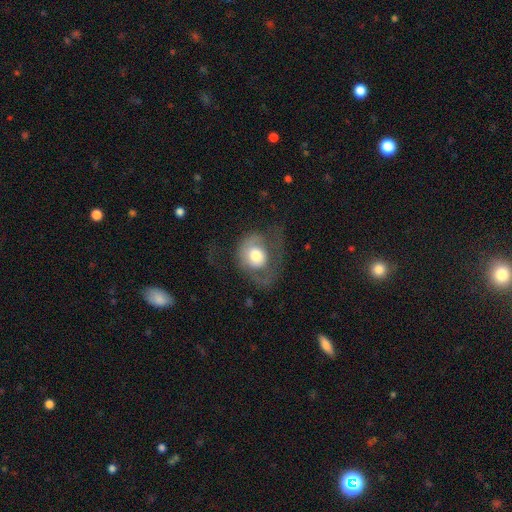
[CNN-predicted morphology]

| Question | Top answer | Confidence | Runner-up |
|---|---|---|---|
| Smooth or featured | smooth | 50% | featured or disk (42%) |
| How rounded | round | 63% | in between (36%) |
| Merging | major disturbance | 45% | none (33%) |